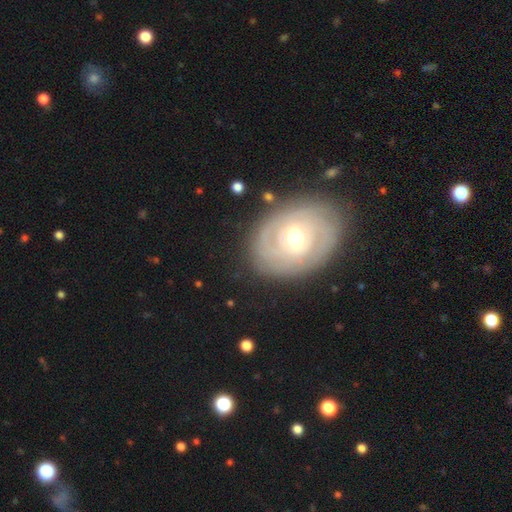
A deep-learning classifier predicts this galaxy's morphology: This is possibly a featured or disk galaxy (59%). It is clearly not viewed edge-on (94%). Bar: possibly no (53%). Spiral arm pattern: likely yes (64%). Central bulge: likely moderate (61%). Merging: clearly none (85%).